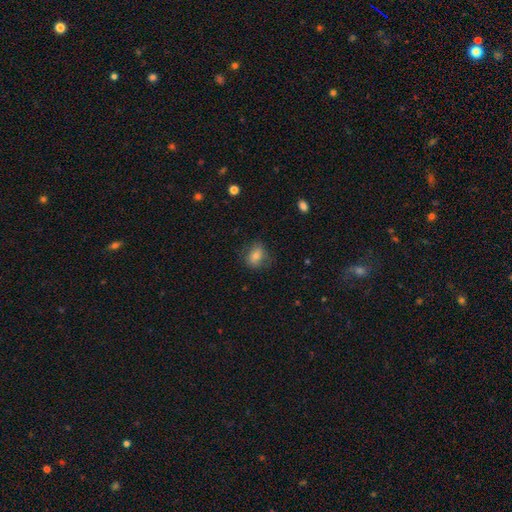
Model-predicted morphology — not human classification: Smooth or featured?
  - smooth: 73% *
  - featured or disk: 16%
  - star or artifact: 11%
How rounded?
  - in between: 55% *
  - round: 43%
  - cigar-shaped: 2%
Merging?
  - none: 71% *
  - minor disturbance: 19%
  - major disturbance: 8%
  - merger: 1%